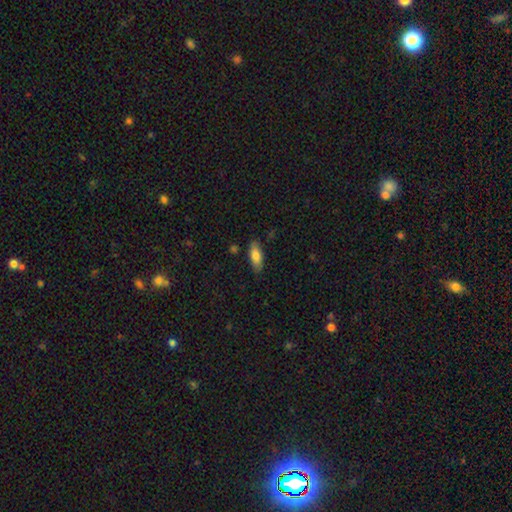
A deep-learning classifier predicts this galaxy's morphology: This appears to be a smooth galaxy with no disk features (80%) that is in between round and cigar-shaped (77%). Merging: none (82%).